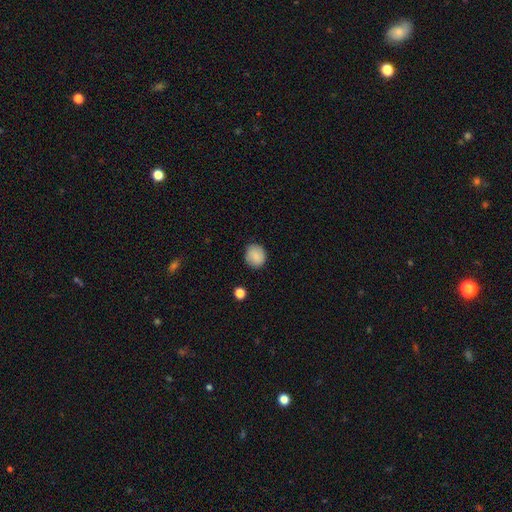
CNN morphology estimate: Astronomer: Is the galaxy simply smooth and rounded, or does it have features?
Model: smooth — 84%.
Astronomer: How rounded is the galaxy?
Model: round — 83%.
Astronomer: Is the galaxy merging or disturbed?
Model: none — 85%.